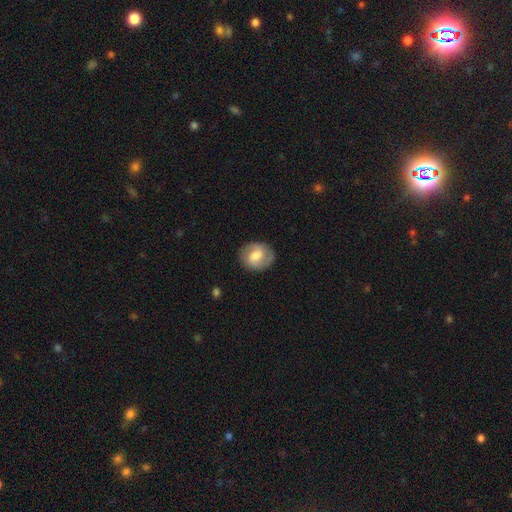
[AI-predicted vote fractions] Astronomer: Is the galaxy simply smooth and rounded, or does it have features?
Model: featured or disk — 56% (runner-up: smooth, 38%).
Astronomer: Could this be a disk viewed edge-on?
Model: no — 97%.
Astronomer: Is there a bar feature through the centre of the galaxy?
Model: weak — 52% (runner-up: no, 28%).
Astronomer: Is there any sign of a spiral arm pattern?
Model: yes — 79%.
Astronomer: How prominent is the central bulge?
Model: moderate — 55%.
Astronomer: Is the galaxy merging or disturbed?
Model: none — 83%.